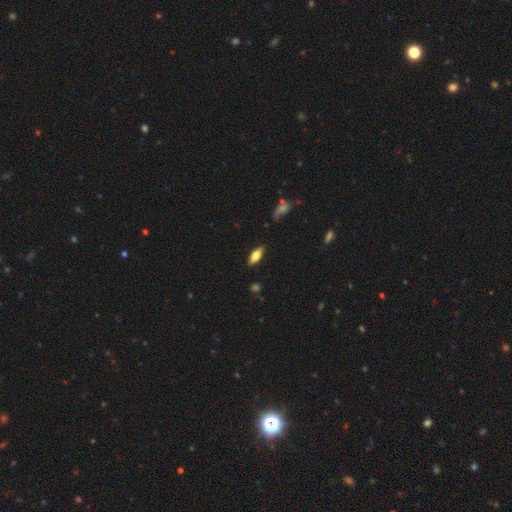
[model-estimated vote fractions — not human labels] smooth_or_featured: smooth (p=0.71) [alt: featured or disk p=0.22]
how_rounded: in between (p=0.76) [alt: cigar-shaped p=0.22]
merging: none (p=0.84) [alt: minor disturbance p=0.12]